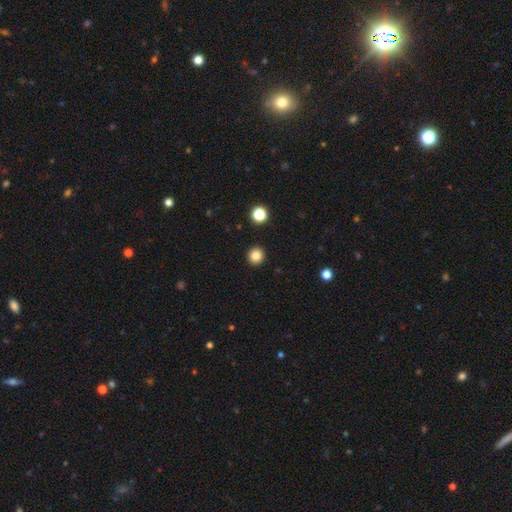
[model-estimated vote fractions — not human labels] Smooth or featured? Predicted: smooth (p=0.83). How rounded? Predicted: round (p=0.94). Merging? Predicted: none (p=0.93).